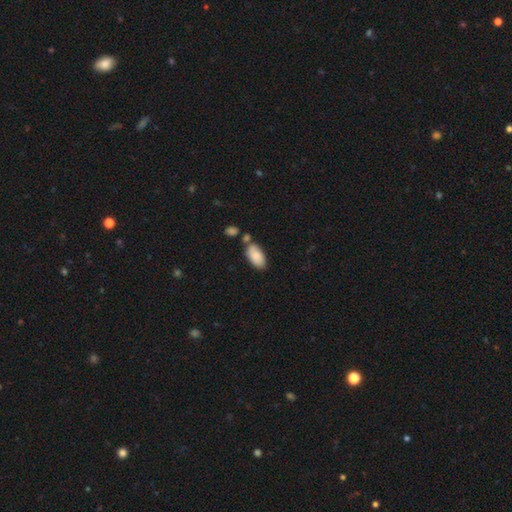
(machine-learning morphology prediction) A smooth galaxy with no disk features (83%) that is in between round and cigar-shaped (94%).

Vote fractions:
- Smooth or featured? smooth: 83% / featured or disk: 11% / star or artifact: 6%
- How rounded? in between: 94% / cigar-shaped: 4% / round: 2%
- Merging? none: 61% / merger: 19% / minor disturbance: 16% / major disturbance: 4%